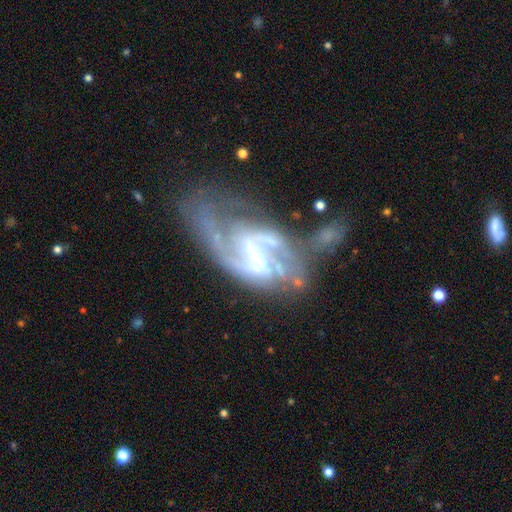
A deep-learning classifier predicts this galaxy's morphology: The model was most divided on "merging": none: 38%, major disturbance: 27%, minor disturbance: 19%, merger: 16%. Remaining: edge-on disk — no (96%); spiral arms — yes (94%); smooth or featured — featured or disk (89%); spiral arm count — 2 (67%); bar — strong (53%); bulge size — small (48%); spiral winding — medium (47%).